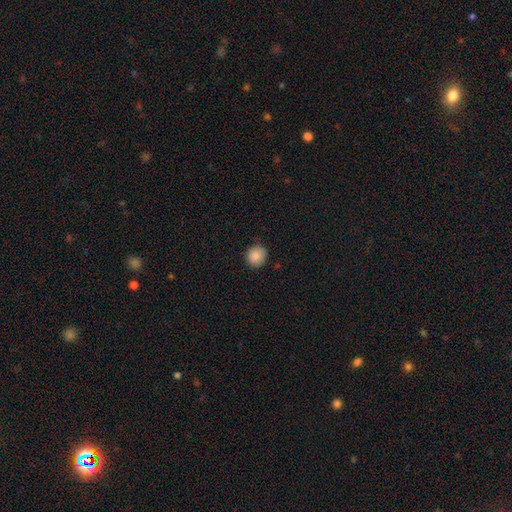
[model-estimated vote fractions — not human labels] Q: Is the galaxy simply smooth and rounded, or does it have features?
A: smooth — 88%.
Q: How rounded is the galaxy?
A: round — 86%.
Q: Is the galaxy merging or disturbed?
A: none — 86%.